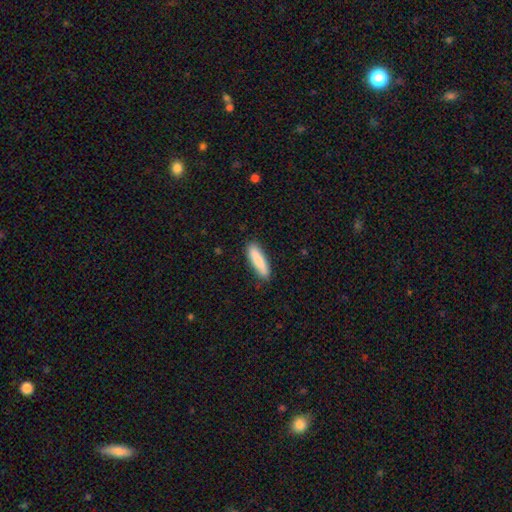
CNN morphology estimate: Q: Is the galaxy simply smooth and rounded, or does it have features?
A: smooth — 85%.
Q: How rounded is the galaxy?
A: cigar-shaped — 75%.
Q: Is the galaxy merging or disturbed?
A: none — 86%.